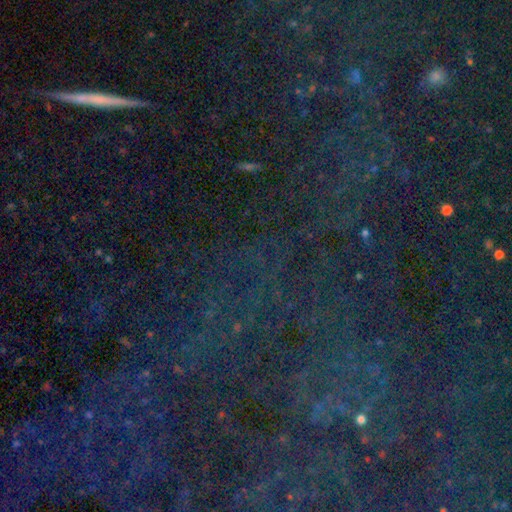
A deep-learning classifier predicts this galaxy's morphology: smooth_or_featured: star or artifact (p=0.81) [alt: smooth p=0.10]